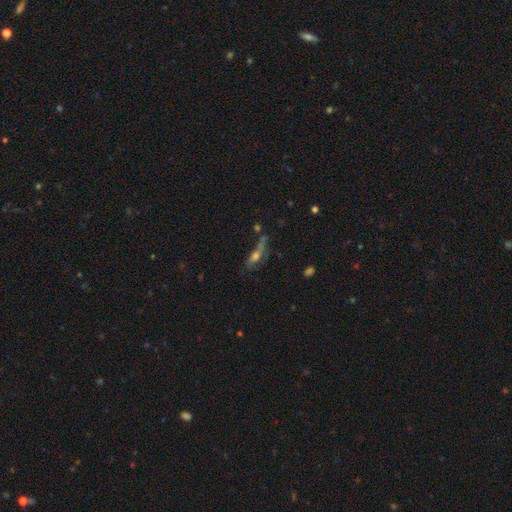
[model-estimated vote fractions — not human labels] featured or disk 44%, smooth 41%, star or artifact 16%. Down the decision tree: merging — none (44%).